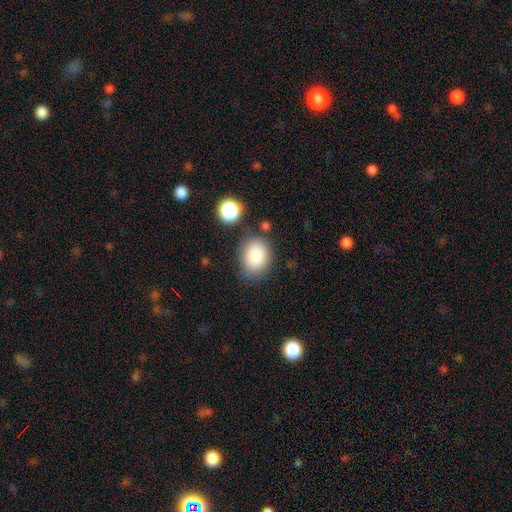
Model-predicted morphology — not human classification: A smooth galaxy with no disk features (85%) that is in between round and cigar-shaped (60%).

Vote fractions:
- Smooth or featured? smooth: 85% / star or artifact: 9% / featured or disk: 6%
- How rounded? in between: 60% / round: 39% / cigar-shaped: 1%
- Merging? none: 77% / minor disturbance: 14% / merger: 5% / major disturbance: 5%